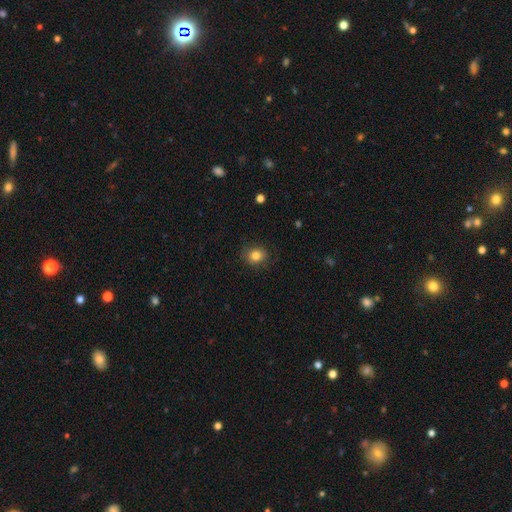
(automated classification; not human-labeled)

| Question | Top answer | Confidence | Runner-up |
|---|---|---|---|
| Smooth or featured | smooth | 83% | star or artifact (11%) |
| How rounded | round | 69% | in between (30%) |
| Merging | none | 86% | minor disturbance (11%) |